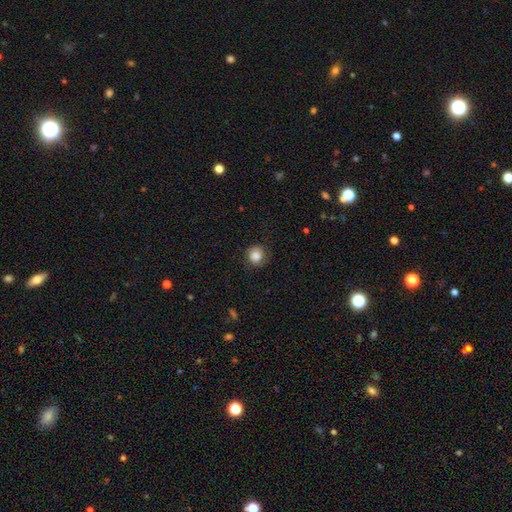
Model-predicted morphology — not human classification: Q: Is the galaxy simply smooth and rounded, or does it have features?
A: smooth — 84%.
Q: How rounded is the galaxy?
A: round — 86%.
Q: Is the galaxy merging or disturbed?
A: none — 79%.